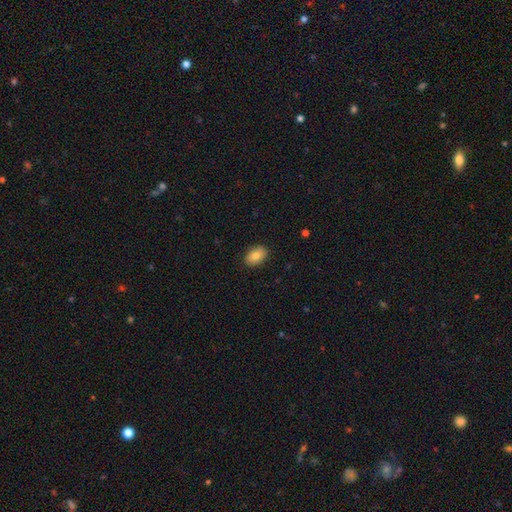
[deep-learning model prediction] smooth_or_featured: smooth (p=0.81) [alt: featured or disk p=0.11]
how_rounded: in between (p=0.86) [alt: round p=0.12]
merging: none (p=0.89) [alt: minor disturbance p=0.08]